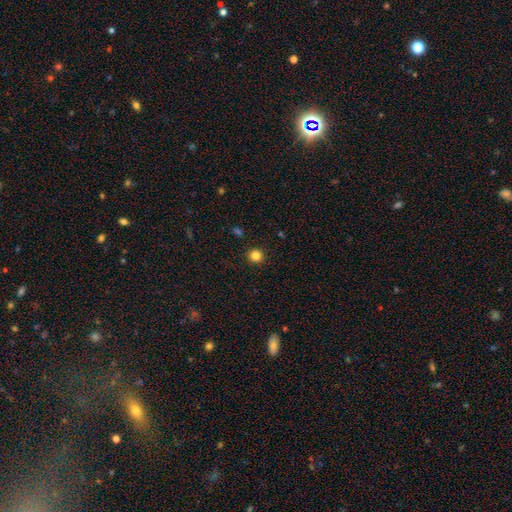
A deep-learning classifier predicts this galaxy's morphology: This appears to be a smooth galaxy with no disk features (83%) that is round (92%). Merging: none (92%).